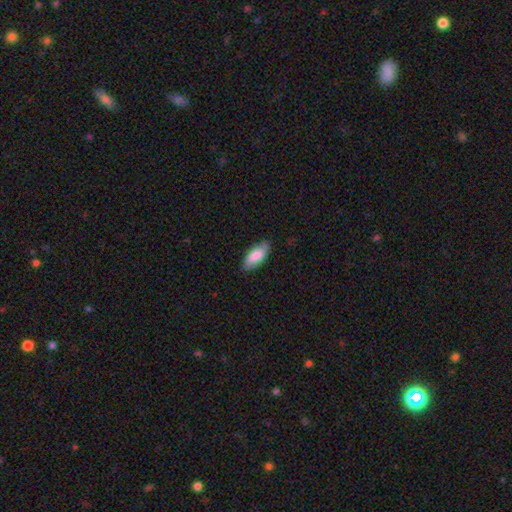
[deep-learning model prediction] Smooth or featured? smooth (83%)
How rounded? in between (82%)
Merging? none (81%)